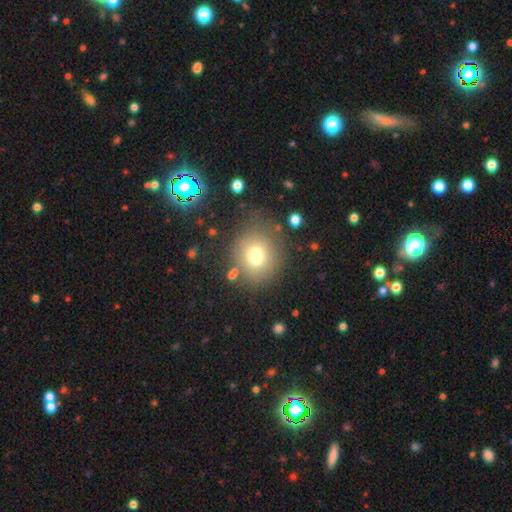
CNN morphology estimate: A smooth galaxy with no disk features (73%) that is round (81%).

Vote fractions:
- Smooth or featured? smooth: 73% / star or artifact: 15% / featured or disk: 12%
- How rounded? round: 81% / in between: 18% / cigar-shaped: 1%
- Merging? none: 74% / minor disturbance: 14% / major disturbance: 8% / merger: 5%